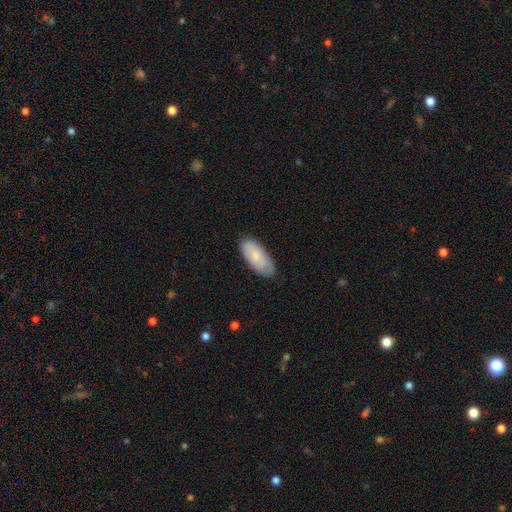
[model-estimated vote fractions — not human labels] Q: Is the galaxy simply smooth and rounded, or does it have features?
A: smooth — 74%.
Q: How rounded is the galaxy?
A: in between — 88%.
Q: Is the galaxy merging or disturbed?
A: none — 80%.